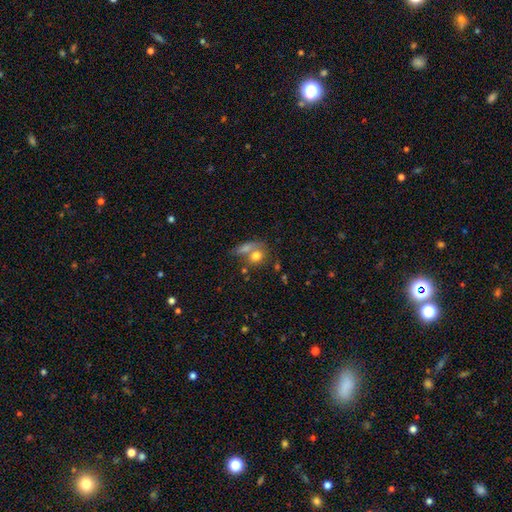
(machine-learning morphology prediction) Smooth or featured? Predicted: smooth (p=0.75). How rounded? Predicted: in between (p=0.51). Merging? Predicted: merger (p=0.45).